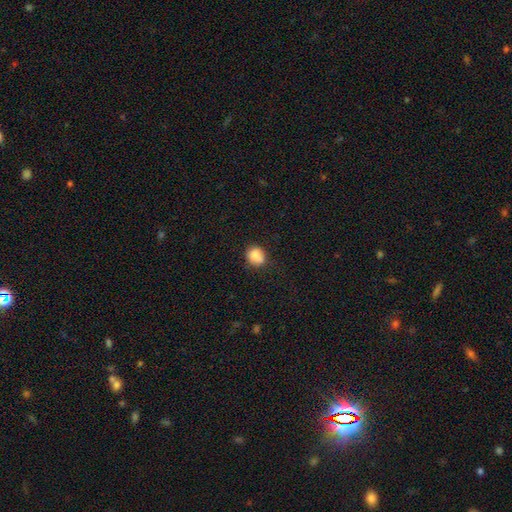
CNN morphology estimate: The model was most divided on "how rounded": round: 64%, in between: 35%, cigar-shaped: 1%. More confident: smooth or featured — smooth (86%); merging — none (72%).